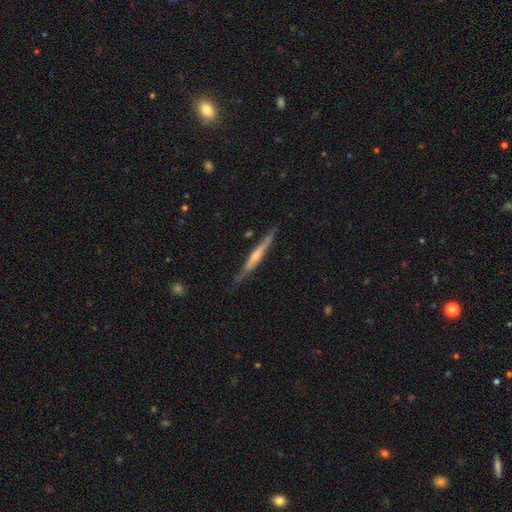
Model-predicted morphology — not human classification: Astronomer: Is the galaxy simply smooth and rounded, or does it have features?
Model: featured or disk — 72%.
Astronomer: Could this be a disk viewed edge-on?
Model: yes — 97%.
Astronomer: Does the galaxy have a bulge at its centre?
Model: rounded — 71%.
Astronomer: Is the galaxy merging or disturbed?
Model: none — 88%.